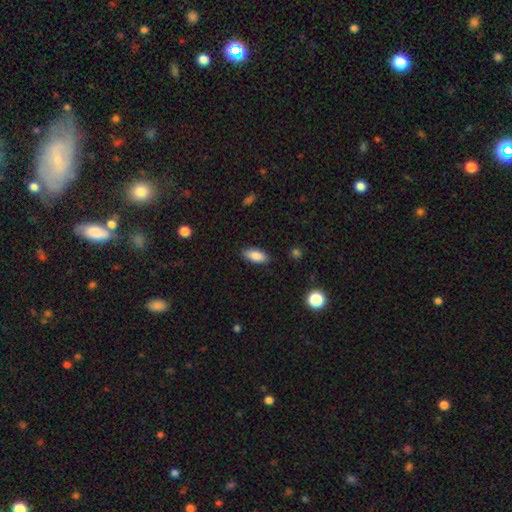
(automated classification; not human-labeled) A smooth galaxy with no disk features (86%) that is in between round and cigar-shaped (83%).

Vote fractions:
- Smooth or featured? smooth: 86% / featured or disk: 7% / star or artifact: 7%
- How rounded? in between: 83% / cigar-shaped: 15% / round: 2%
- Merging? none: 87% / minor disturbance: 9% / major disturbance: 2% / merger: 1%